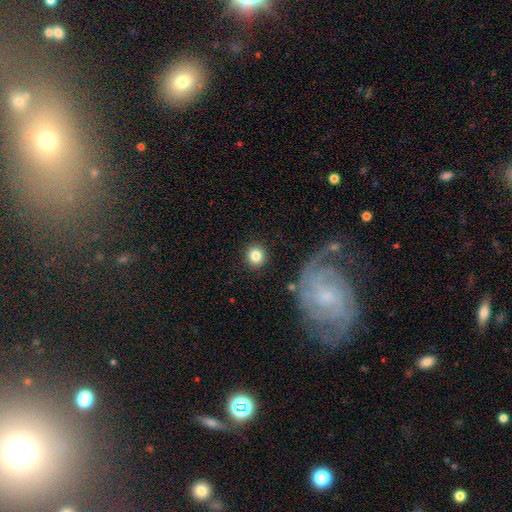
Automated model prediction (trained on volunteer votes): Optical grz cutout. It shows a smooth galaxy with no disk features (83%) that is round (87%). Merging: none (87%).